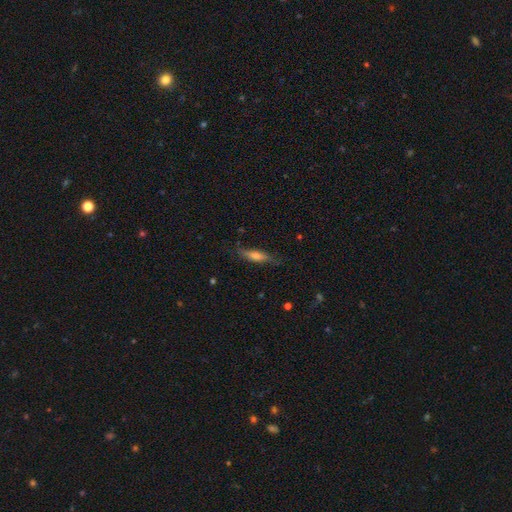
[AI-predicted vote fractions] Morphology: type=smooth (57%); roundness=cigar-shaped (70%); merging=none (73%).